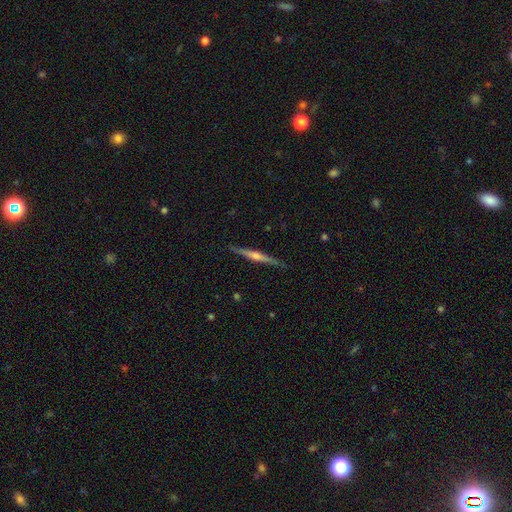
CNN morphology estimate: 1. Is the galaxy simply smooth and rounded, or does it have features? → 75% featured or disk, 20% smooth, 6% star or artifact.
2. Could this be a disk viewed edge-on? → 98% yes, 2% no.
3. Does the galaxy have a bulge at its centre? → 82% rounded, 10% none, 8% boxy.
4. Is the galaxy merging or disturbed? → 90% none, 8% minor disturbance, 1% major disturbance, 1% merger.